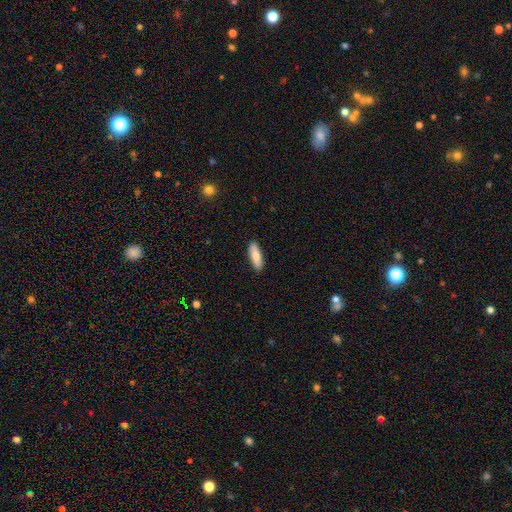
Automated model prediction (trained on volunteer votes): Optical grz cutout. It shows a smooth galaxy with no disk features (83%) that is cigar-shaped (52%). Merging: none (90%).